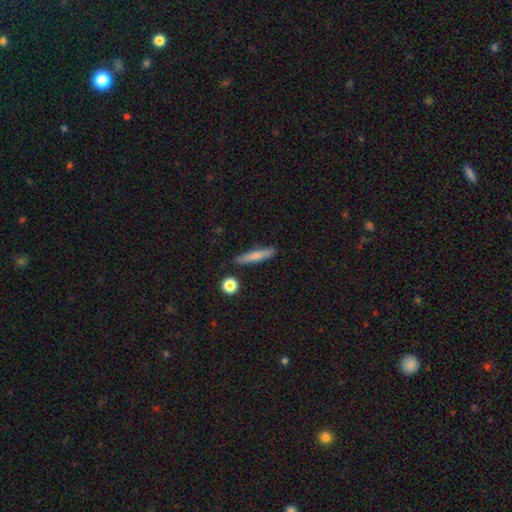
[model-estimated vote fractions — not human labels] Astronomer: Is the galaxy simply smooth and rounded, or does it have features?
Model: smooth — 72%.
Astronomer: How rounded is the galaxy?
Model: cigar-shaped — 90%.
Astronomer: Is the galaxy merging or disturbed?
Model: none — 85%.